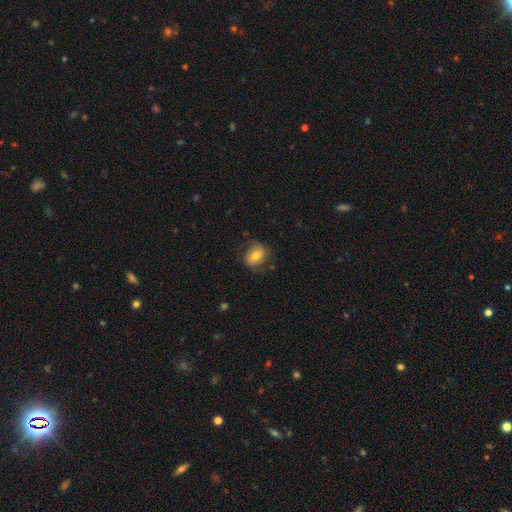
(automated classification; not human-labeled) Smooth or featured? Predicted: smooth (p=0.68). How rounded? Predicted: in between (p=0.55). Merging? Predicted: none (p=0.71).